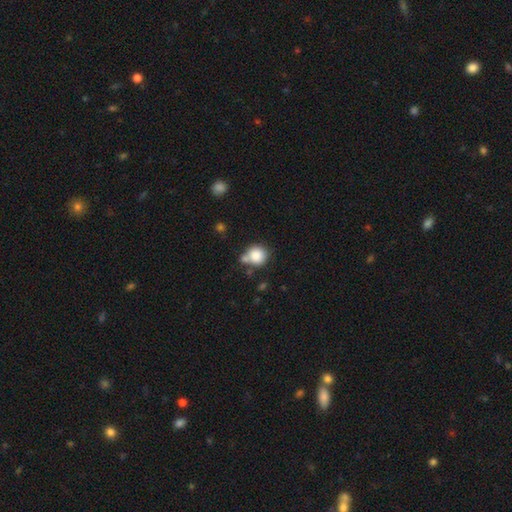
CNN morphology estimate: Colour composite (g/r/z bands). It shows a smooth galaxy with no disk features (83%) that is round (87%). Merging: none (54%).